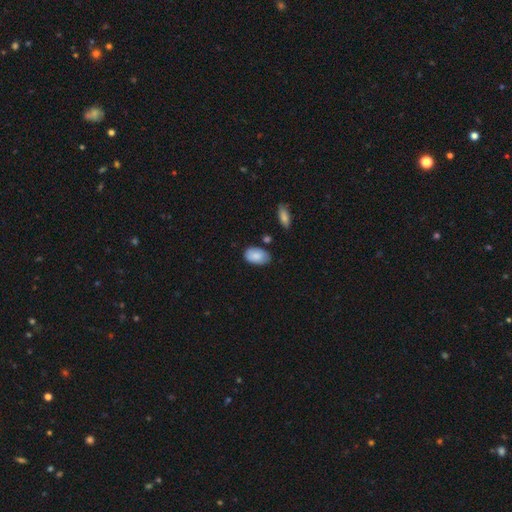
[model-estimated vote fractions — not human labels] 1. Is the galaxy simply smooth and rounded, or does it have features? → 84% smooth, 9% featured or disk, 6% star or artifact.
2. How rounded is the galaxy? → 93% in between, 6% round, 1% cigar-shaped.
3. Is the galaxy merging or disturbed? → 73% none, 20% minor disturbance, 4% merger, 3% major disturbance.